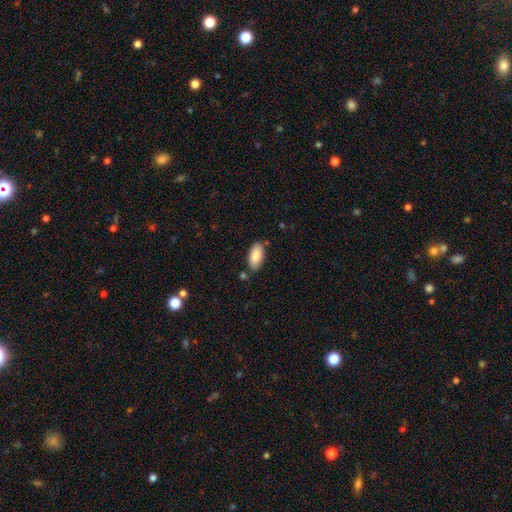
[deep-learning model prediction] Smooth or featured? Predicted: smooth (p=0.86). How rounded? Predicted: in between (p=0.94). Merging? Predicted: none (p=0.79).